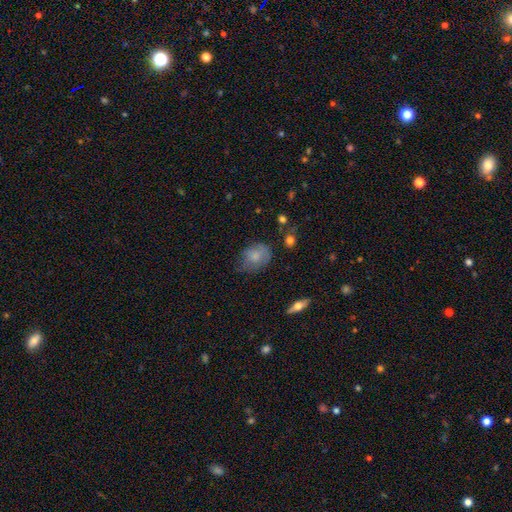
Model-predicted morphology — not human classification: The model was most divided on "merging": none: 49%, minor disturbance: 36%, major disturbance: 13%, merger: 2%. More confident: smooth or featured — smooth (73%); how rounded — in between (63%).